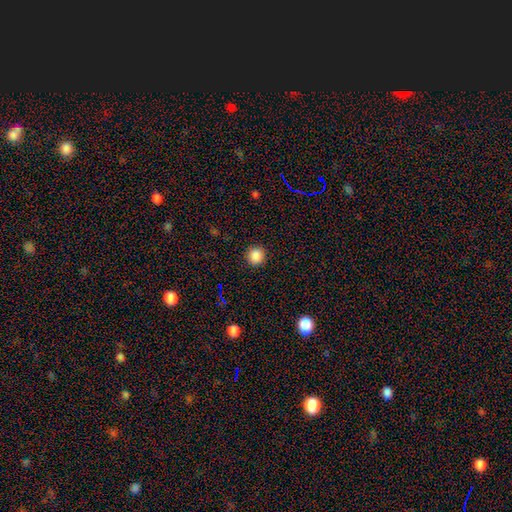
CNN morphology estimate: The model was most divided on "smooth or featured": smooth: 86%, star or artifact: 10%, featured or disk: 3%. More confident: how rounded — round (94%); merging — none (91%).